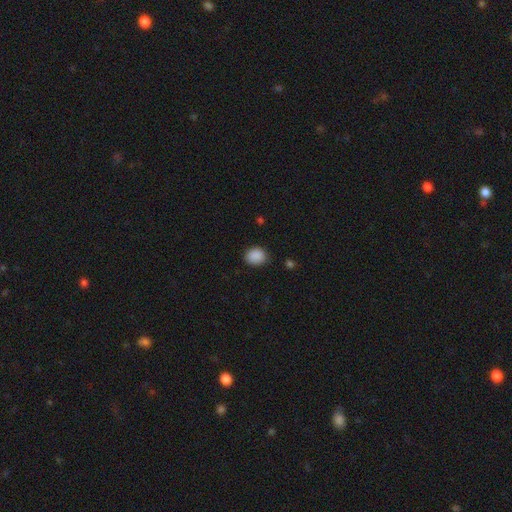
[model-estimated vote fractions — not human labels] This is clearly a smooth galaxy (89%). How rounded: possibly round (56%). Merging: clearly none (82%).